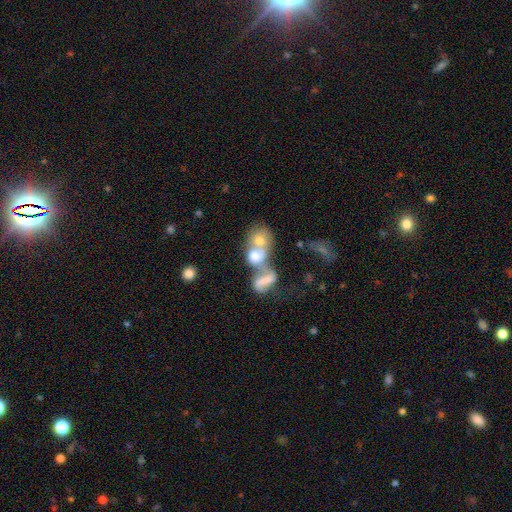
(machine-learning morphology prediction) The model was most divided on "how rounded": round: 51%, in between: 46%, cigar-shaped: 3%. More confident: merging — merger (72%); smooth or featured — smooth (59%).